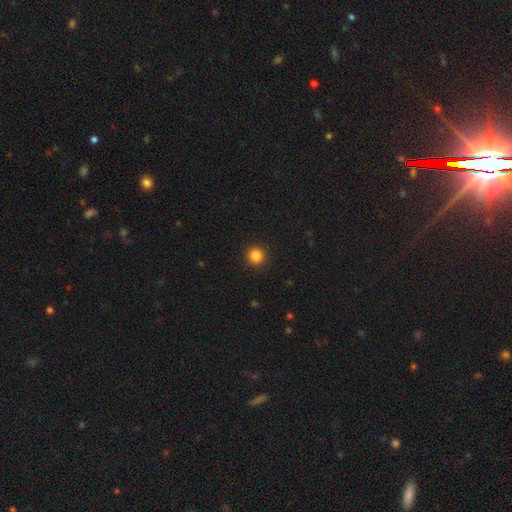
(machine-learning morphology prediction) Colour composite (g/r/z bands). It shows a smooth galaxy with no disk features (86%) that is round (95%). Merging: none (93%).